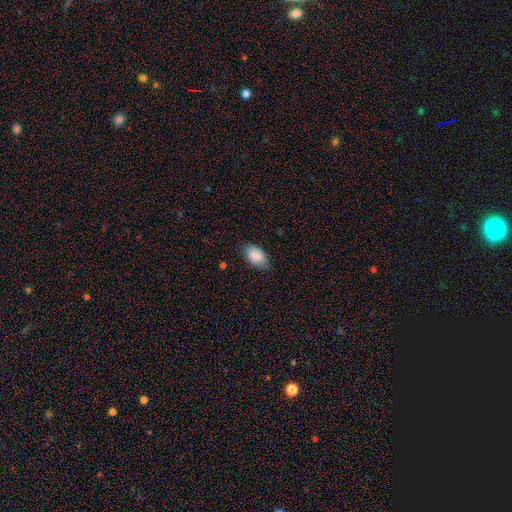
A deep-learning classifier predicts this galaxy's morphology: This is clearly a smooth galaxy (89%). How rounded: clearly in between (91%). Merging: likely none (79%).